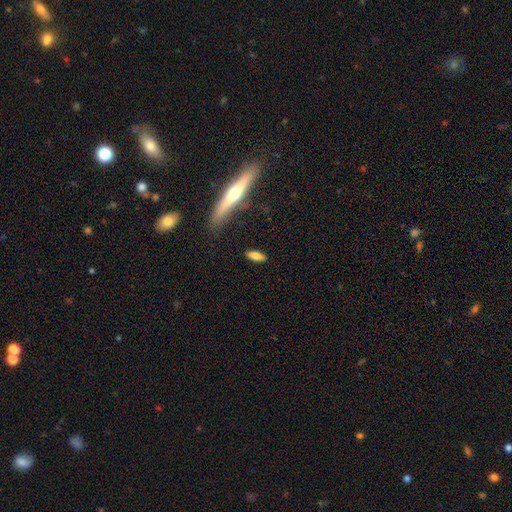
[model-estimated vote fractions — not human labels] smooth_or_featured: smooth (p=0.70) [alt: featured or disk p=0.23]
how_rounded: in between (p=0.56) [alt: cigar-shaped p=0.41]
merging: none (p=0.85) [alt: minor disturbance p=0.10]